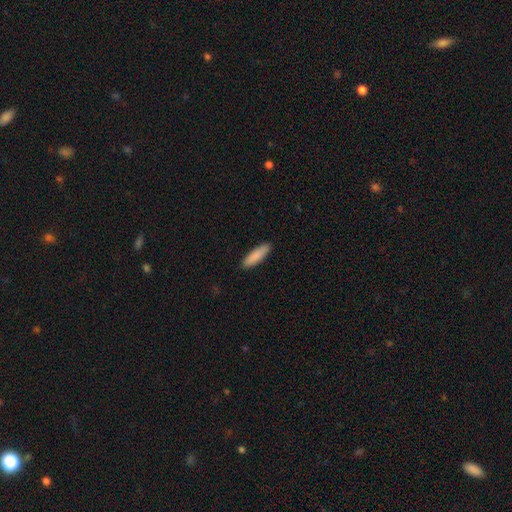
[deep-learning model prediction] The model was most divided on "how rounded": cigar-shaped: 70%, in between: 29%, round: 1%. More confident: merging — none (90%); smooth or featured — smooth (88%).